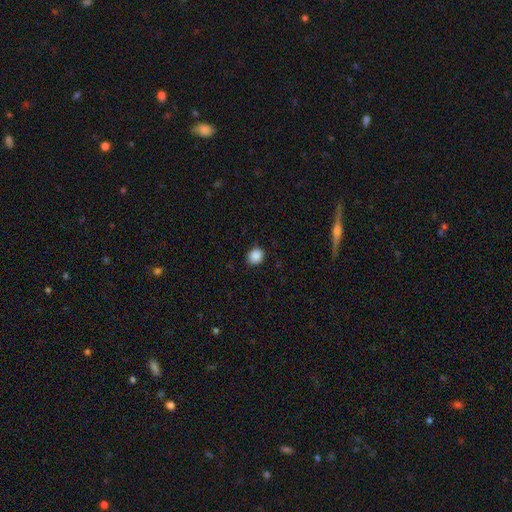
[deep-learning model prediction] Smooth or featured: smooth — 88% (star or artifact — 9%)
How rounded: round — 71% (in between — 29%)
Merging: none — 87% (minor disturbance — 9%)